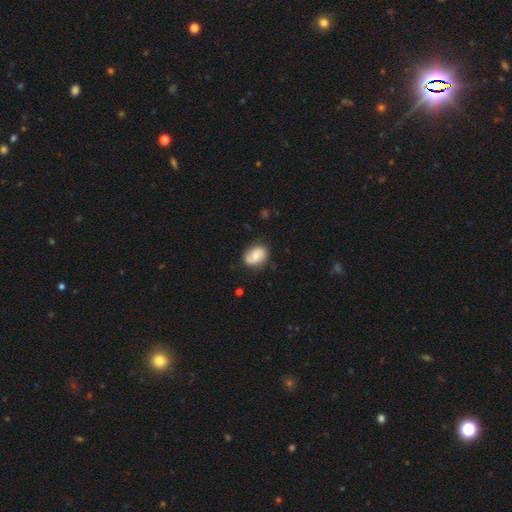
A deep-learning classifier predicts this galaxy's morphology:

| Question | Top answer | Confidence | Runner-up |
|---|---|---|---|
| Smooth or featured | smooth | 47% | featured or disk (46%) |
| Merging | none | 78% | minor disturbance (17%) |